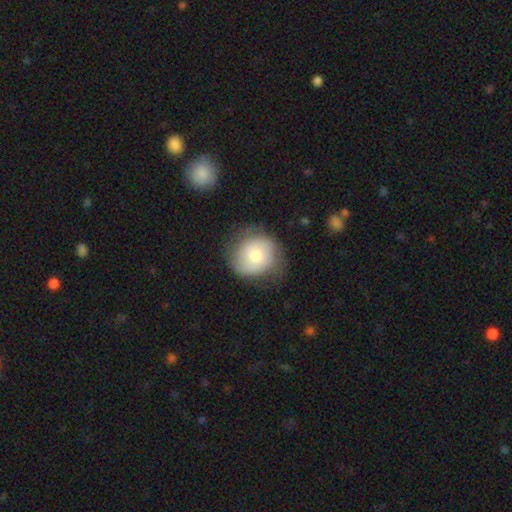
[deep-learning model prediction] Q: Smooth or featured?
A: smooth (55%); runner-up: featured or disk (38%)
Q: How rounded?
A: round (85%); runner-up: in between (15%)
Q: Merging?
A: none (70%); runner-up: minor disturbance (21%)